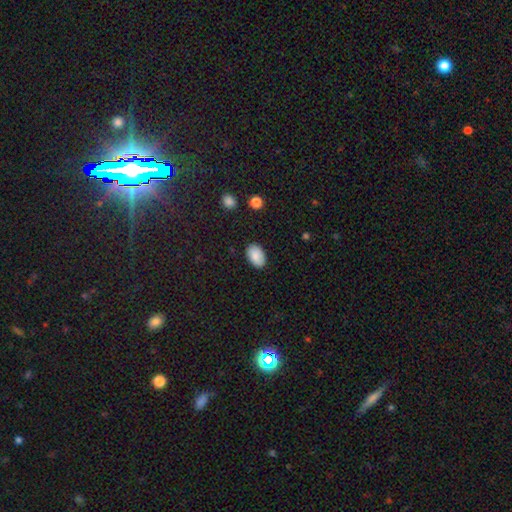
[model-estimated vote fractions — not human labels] smooth_or_featured: smooth (p=0.88) [alt: star or artifact p=0.07]
how_rounded: in between (p=0.91) [alt: round p=0.08]
merging: none (p=0.88) [alt: minor disturbance p=0.09]